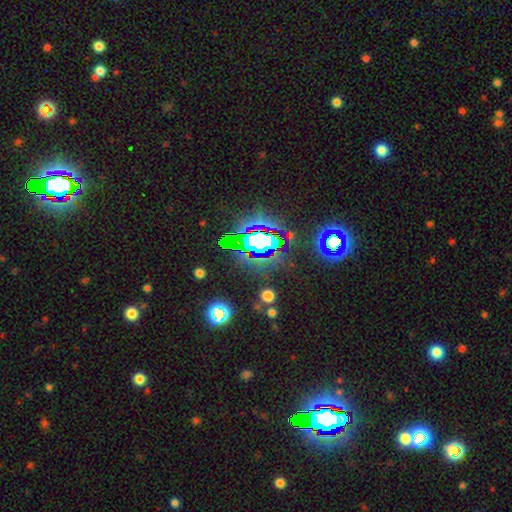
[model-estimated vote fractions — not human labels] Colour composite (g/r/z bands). It shows a star or artifact, not a galaxy (81%).